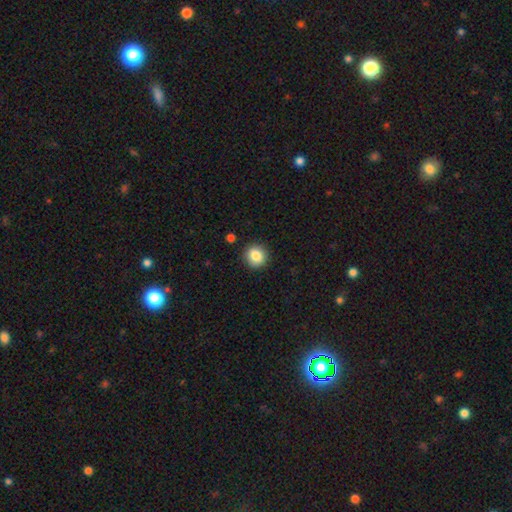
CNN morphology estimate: Q: Smooth or featured?
A: smooth (85%); runner-up: star or artifact (9%)
Q: How rounded?
A: round (92%); runner-up: in between (7%)
Q: Merging?
A: none (91%); runner-up: minor disturbance (6%)